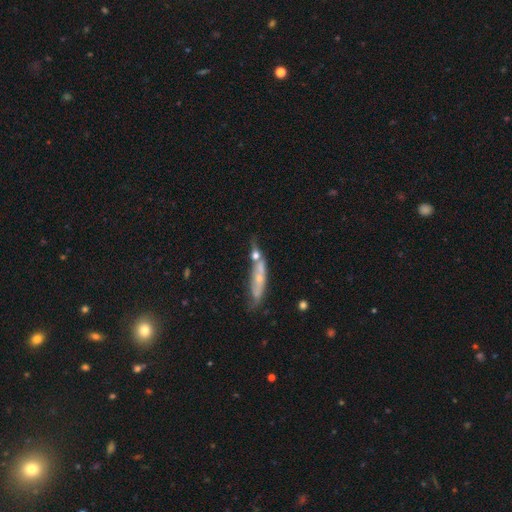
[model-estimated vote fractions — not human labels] This is possibly a featured or disk galaxy (47%). Merging: marginally none (38%).